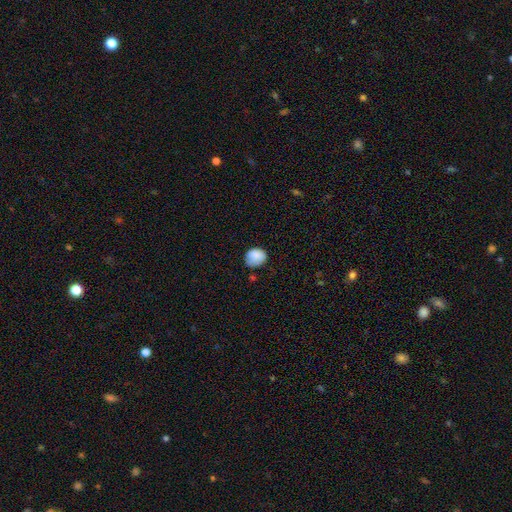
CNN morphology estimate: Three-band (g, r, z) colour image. It shows a smooth galaxy with no disk features (85%) that is round (62%). Merging: none (63%).